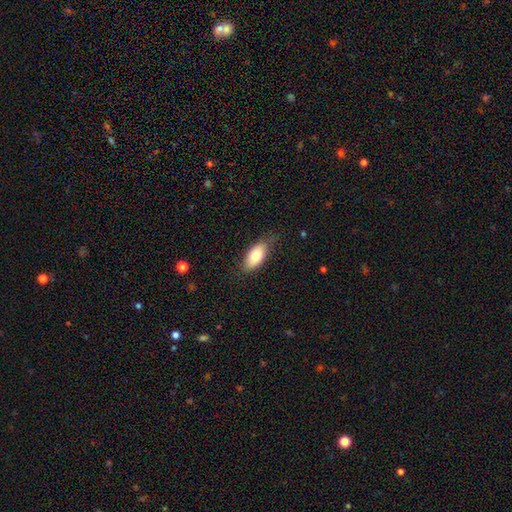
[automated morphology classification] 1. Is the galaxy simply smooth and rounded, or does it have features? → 77% smooth, 17% featured or disk, 6% star or artifact.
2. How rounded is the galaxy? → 89% in between, 8% cigar-shaped, 3% round.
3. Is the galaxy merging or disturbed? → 72% none, 22% minor disturbance, 5% major disturbance, 1% merger.